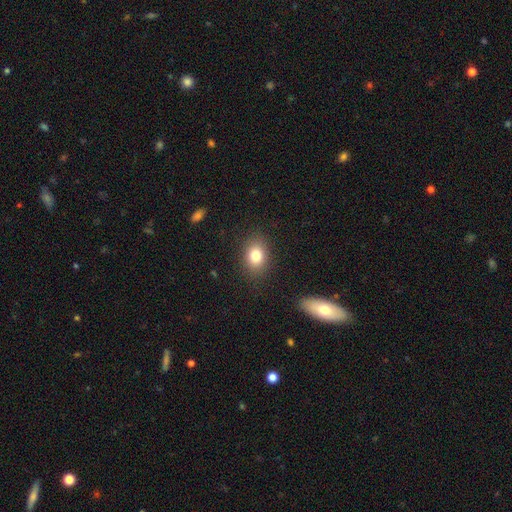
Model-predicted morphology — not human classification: type=smooth (80%); roundness=in between (66%); merging=none (86%).